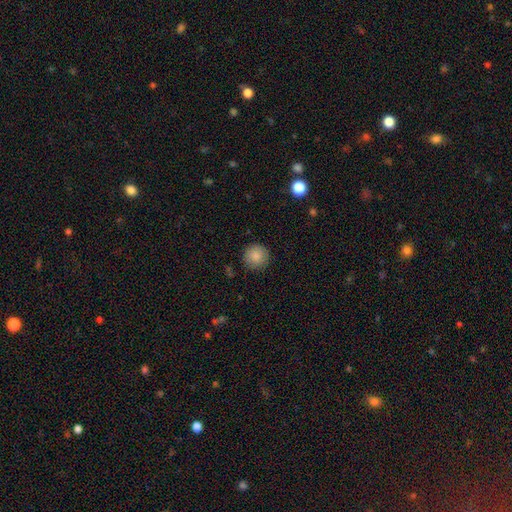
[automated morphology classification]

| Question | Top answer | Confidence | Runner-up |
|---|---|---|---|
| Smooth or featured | smooth | 86% | star or artifact (9%) |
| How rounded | round | 95% | in between (4%) |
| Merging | none | 88% | minor disturbance (9%) |